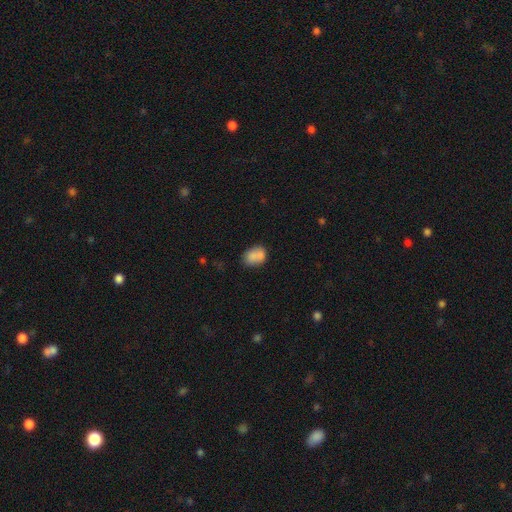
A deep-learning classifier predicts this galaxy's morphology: A smooth galaxy with no disk features (79%) that is in between round and cigar-shaped (67%). Merging: none (52%).